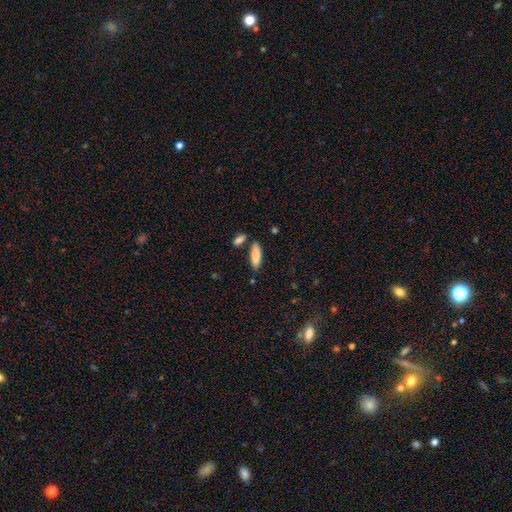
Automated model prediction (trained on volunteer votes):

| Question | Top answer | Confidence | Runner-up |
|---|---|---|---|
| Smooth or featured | smooth | 85% | featured or disk (9%) |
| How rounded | in between | 55% | cigar-shaped (43%) |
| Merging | none | 75% | minor disturbance (13%) |